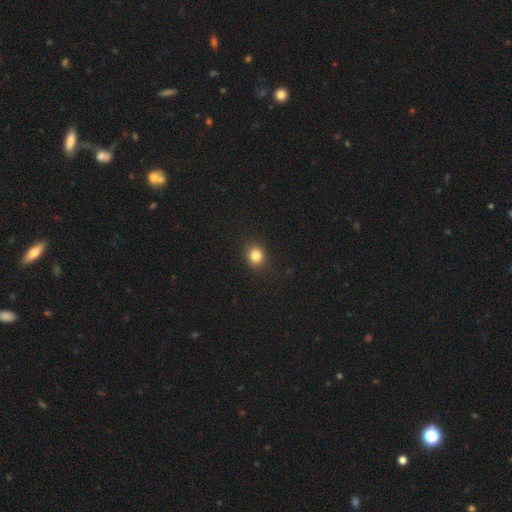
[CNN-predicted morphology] smooth_or_featured: smooth (p=0.83) [alt: star or artifact p=0.12]
how_rounded: round (p=0.75) [alt: in between p=0.24]
merging: none (p=0.90) [alt: minor disturbance p=0.07]